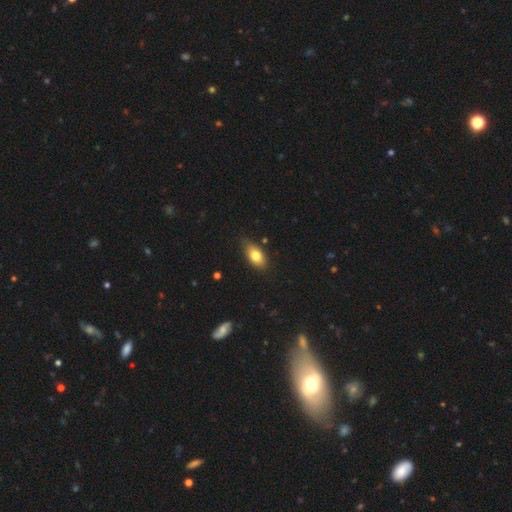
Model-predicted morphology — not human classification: A smooth galaxy with no disk features (78%) that is in between round and cigar-shaped (87%). Merging: none (73%).